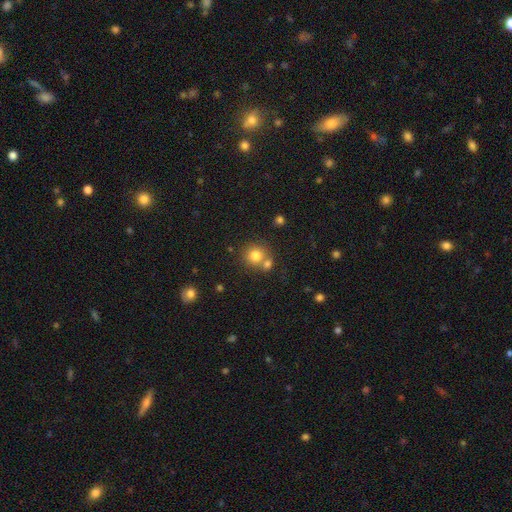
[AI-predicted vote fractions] A smooth galaxy with no disk features (78%) that is round (88%). Merging: none (56%).